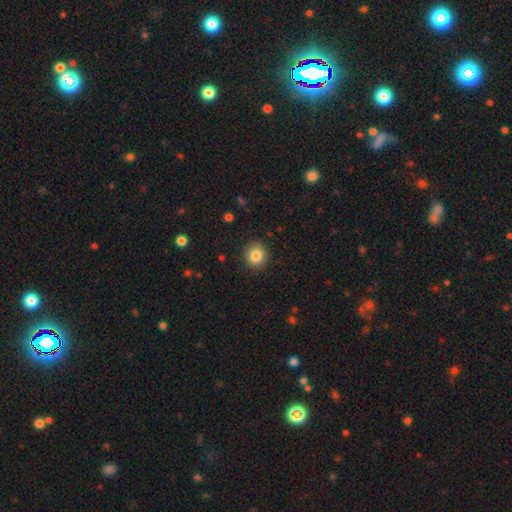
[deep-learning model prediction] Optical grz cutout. It shows a smooth galaxy with no disk features (84%) that is round (88%). Merging: none (90%).